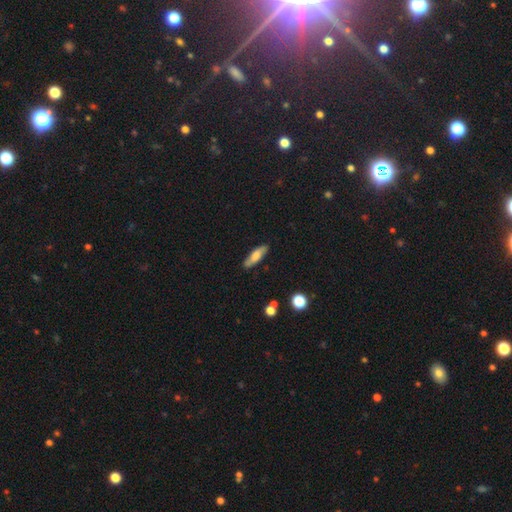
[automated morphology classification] smooth-or-featured: smooth: 59% | featured or disk: 34% | star or artifact: 7%
  how-rounded: cigar-shaped: 53% | in between: 44% | round: 3%
  merging: none: 83% | minor disturbance: 13% | major disturbance: 2% | merger: 2%